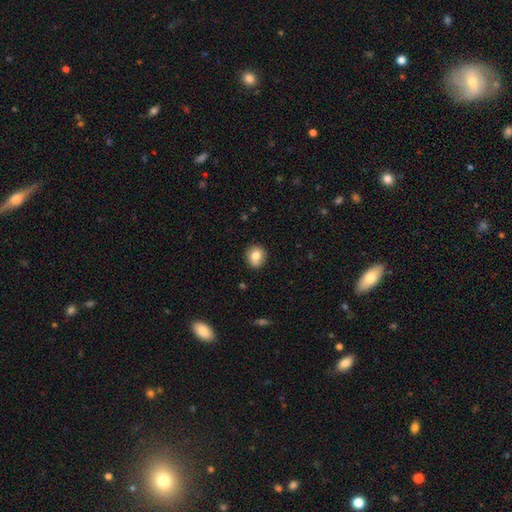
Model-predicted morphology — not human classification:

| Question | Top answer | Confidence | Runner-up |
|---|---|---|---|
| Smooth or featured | smooth | 79% | featured or disk (12%) |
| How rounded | round | 82% | in between (17%) |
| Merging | none | 86% | minor disturbance (10%) |